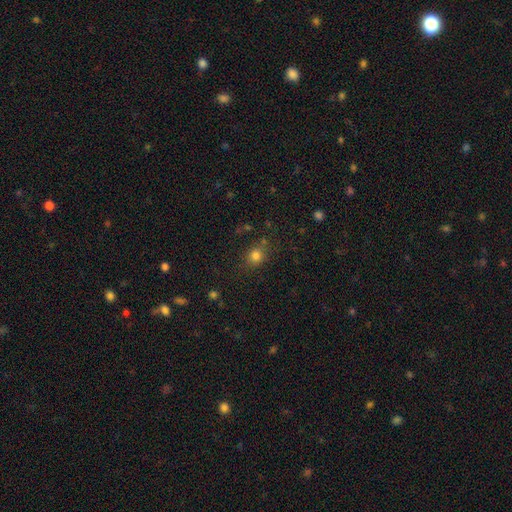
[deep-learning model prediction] Smooth or featured?
  - smooth: 79% *
  - star or artifact: 14%
  - featured or disk: 7%
How rounded?
  - round: 68% *
  - in between: 30%
  - cigar-shaped: 1%
Merging?
  - none: 77% *
  - minor disturbance: 14%
  - major disturbance: 5%
  - merger: 4%